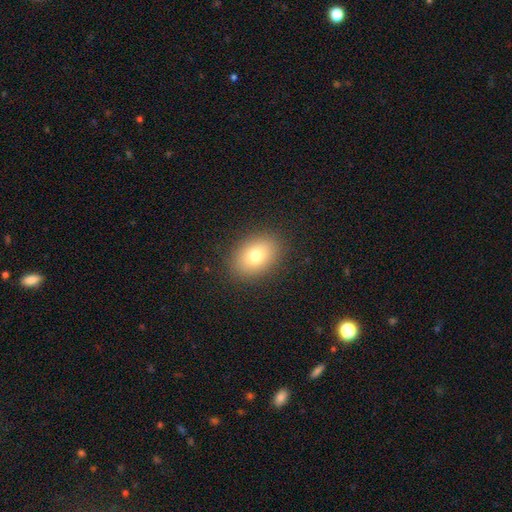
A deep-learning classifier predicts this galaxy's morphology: Smooth or featured?
  - smooth: 77% *
  - featured or disk: 13%
  - star or artifact: 10%
How rounded?
  - in between: 78% *
  - round: 21%
  - cigar-shaped: 1%
Merging?
  - none: 88% *
  - minor disturbance: 8%
  - major disturbance: 3%
  - merger: 1%